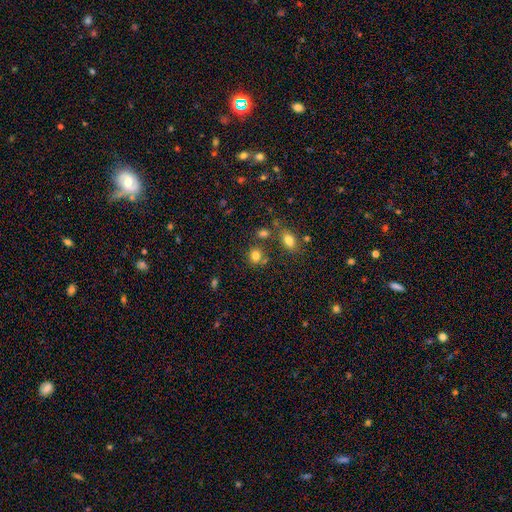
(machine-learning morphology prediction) The model was most divided on "how rounded": round: 80%, in between: 19%, cigar-shaped: 1%. More confident: smooth or featured — smooth (80%); merging — none (74%).